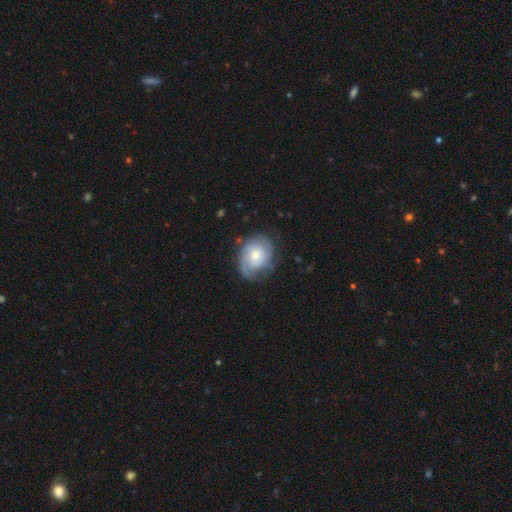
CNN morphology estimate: smooth-or-featured: featured or disk: 67% | smooth: 26% | star or artifact: 6%
  disk-edge-on: no: 97% | yes: 3%
    bar: no: 75% | weak: 22% | strong: 3%
    has-spiral-arms: yes: 89% | no: 11%
      spiral-winding: tight: 52% | medium: 33% | loose: 15%
      spiral-arm-count: can't tell: 33% | 2: 29% | 3: 16% | 1: 13% | 4: 5% | more than 4: 4%
    bulge-size: moderate: 50% | small: 42% | large: 5% | none: 2% | dominant: 1%
  merging: none: 65% | minor disturbance: 22% | major disturbance: 11% | merger: 2%